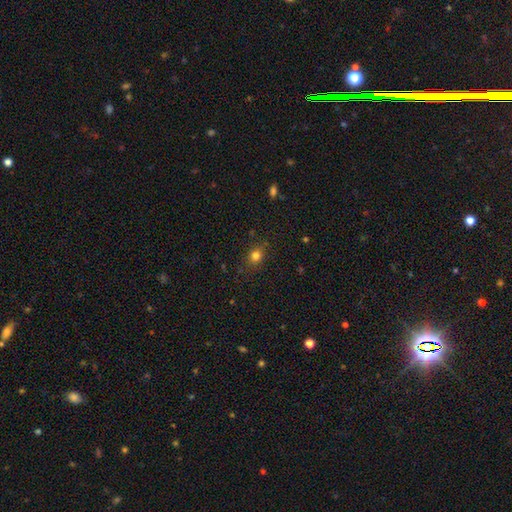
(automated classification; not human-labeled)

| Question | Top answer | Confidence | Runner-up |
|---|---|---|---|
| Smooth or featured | smooth | 80% | star or artifact (14%) |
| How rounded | round | 64% | in between (35%) |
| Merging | none | 84% | minor disturbance (11%) |